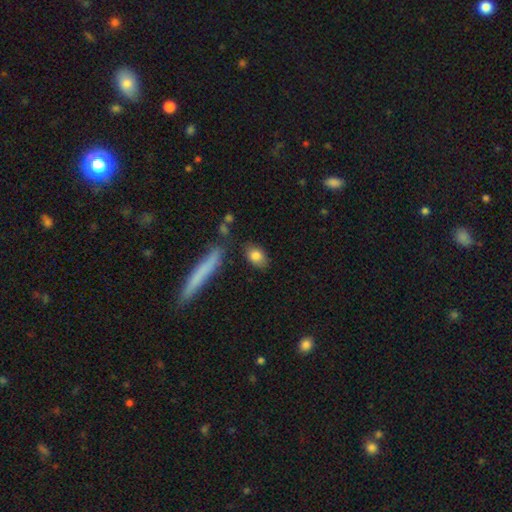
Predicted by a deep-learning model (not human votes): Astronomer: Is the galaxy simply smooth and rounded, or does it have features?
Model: smooth — 83%.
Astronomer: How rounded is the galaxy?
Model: in between — 78%.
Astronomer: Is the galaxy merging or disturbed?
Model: none — 79%.